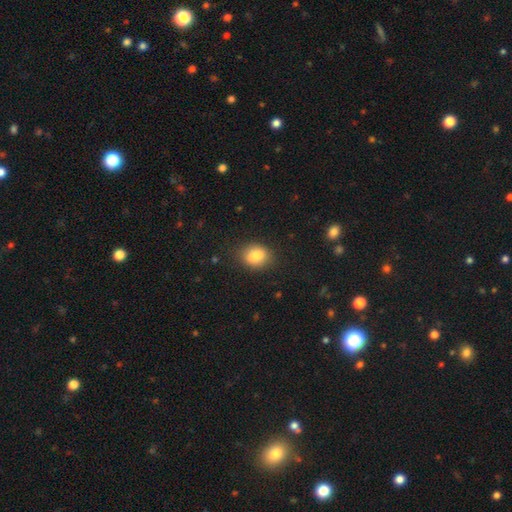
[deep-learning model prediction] This appears to be a smooth galaxy with no disk features (84%) that is in between round and cigar-shaped (56%). Merging: none (84%).